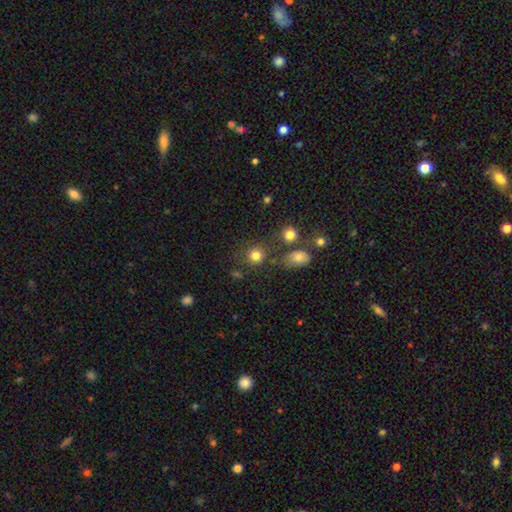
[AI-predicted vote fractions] Smooth or featured: smooth — 80% (star or artifact — 14%)
How rounded: round — 86% (in between — 13%)
Merging: none — 71% (minor disturbance — 12%)